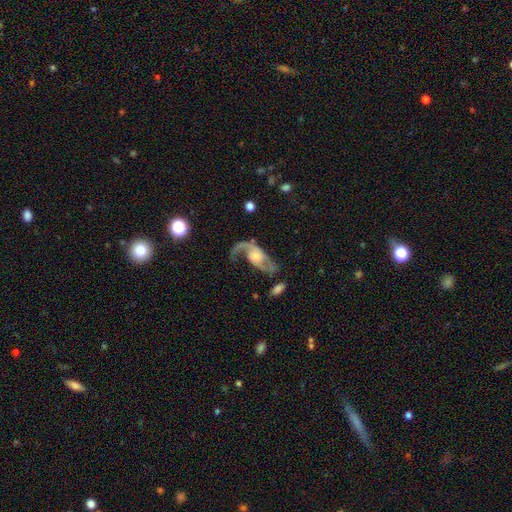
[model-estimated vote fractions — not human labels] A featured or disk galaxy (89%) with no bar (59%), 2 (86%) loose (70%) spiral arms (96%) and a small central bulge (45%).

Vote fractions:
- Smooth or featured? featured or disk: 89% / smooth: 6% / star or artifact: 5%
- Edge-on disk? no: 96% / yes: 4%
- Bar? no: 59% / weak: 32% / strong: 9%
- Spiral arms? yes: 96% / no: 4%
- Spiral winding? loose: 70% / medium: 25% / tight: 5%
- Spiral arm count? 2: 86% / 1: 9% / can't tell: 2% / 3: 1% / 4: 1% / more than 4: 1%
- Bulge size? small: 45% / moderate: 31% / none: 13% / large: 8% / dominant: 2%
- Merging? none: 57% / major disturbance: 21% / minor disturbance: 18% / merger: 5%